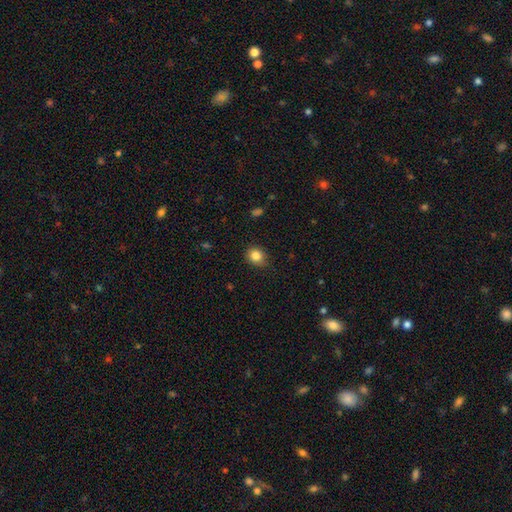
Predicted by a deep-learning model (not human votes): Smooth or featured? smooth (84%)
How rounded? round (73%)
Merging? none (80%)